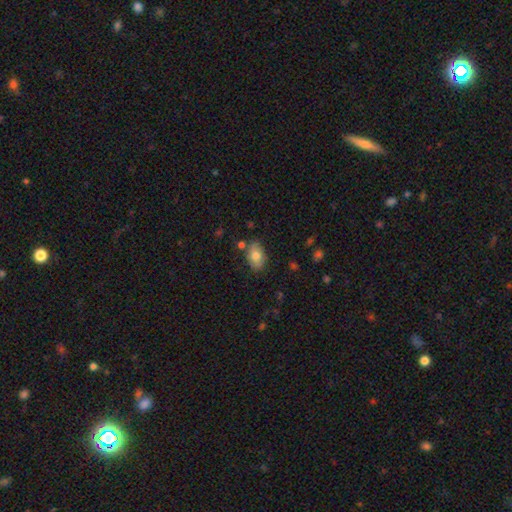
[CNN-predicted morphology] A smooth galaxy with no disk features (76%) that is in between round and cigar-shaped (87%).

Vote fractions:
- Smooth or featured? smooth: 76% / featured or disk: 16% / star or artifact: 8%
- How rounded? in between: 87% / round: 11% / cigar-shaped: 2%
- Merging? none: 73% / minor disturbance: 18% / merger: 6% / major disturbance: 3%